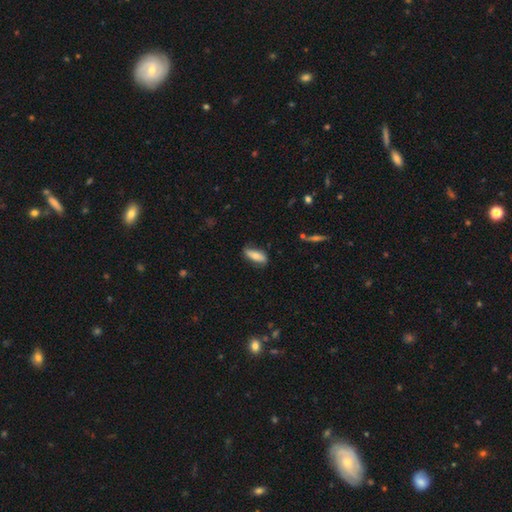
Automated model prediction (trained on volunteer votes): smooth_or_featured: smooth (p=0.67) [alt: featured or disk p=0.27]
how_rounded: in between (p=0.72) [alt: cigar-shaped p=0.26]
merging: none (p=0.76) [alt: minor disturbance p=0.19]